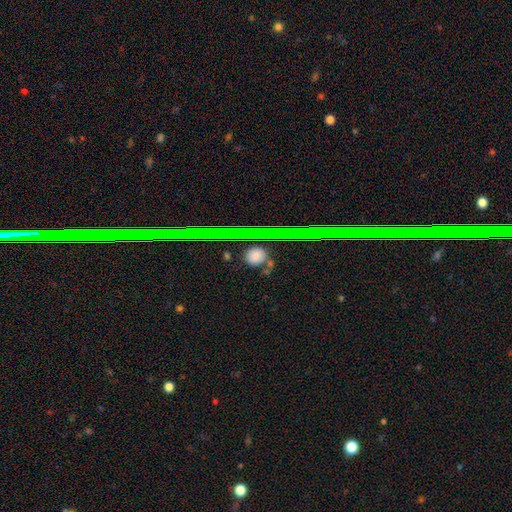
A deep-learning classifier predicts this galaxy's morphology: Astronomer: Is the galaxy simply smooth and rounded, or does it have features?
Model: smooth — 66%.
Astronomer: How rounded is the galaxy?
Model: round — 78%.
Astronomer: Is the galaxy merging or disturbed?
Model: none — 74%.